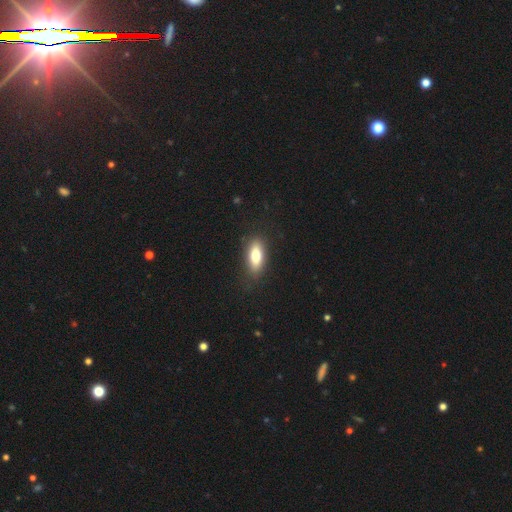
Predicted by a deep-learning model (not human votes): smooth 79%, featured or disk 14%, star or artifact 7%. Down the decision tree: how rounded — in between (77%); merging — none (84%).